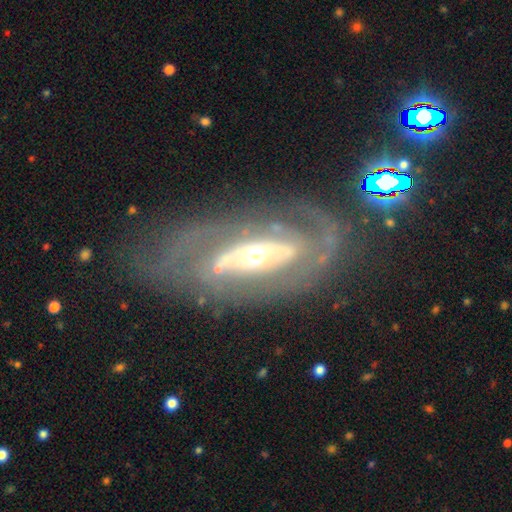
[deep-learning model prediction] smooth_or_featured: featured or disk (p=0.85) [alt: smooth p=0.08]
disk_edge_on: no (p=0.91) [alt: yes p=0.09]
bar: strong (p=0.39) [alt: weak p=0.31]
has_spiral_arms: yes (p=0.86) [alt: no p=0.14]
spiral_winding: tight (p=0.56) [alt: medium p=0.33]
spiral_arm_count: 2 (p=0.52) [alt: can't tell p=0.26]
bulge_size: moderate (p=0.51) [alt: small p=0.41]
merging: none (p=0.71) [alt: minor disturbance p=0.16]